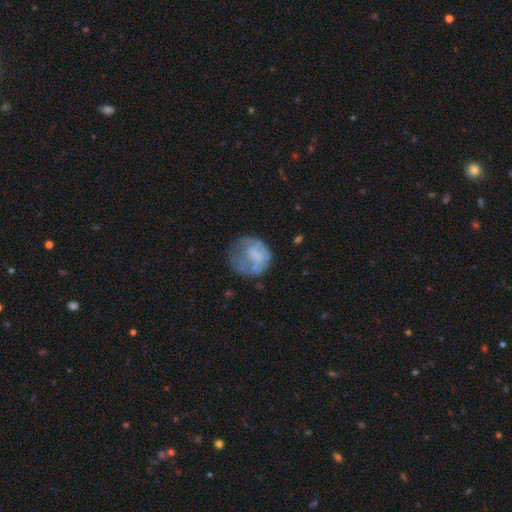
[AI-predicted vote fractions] Overall: smooth (52%; featured or disk 38%). How rounded: round (79%). Merging: none (46%; major disturbance 26%).